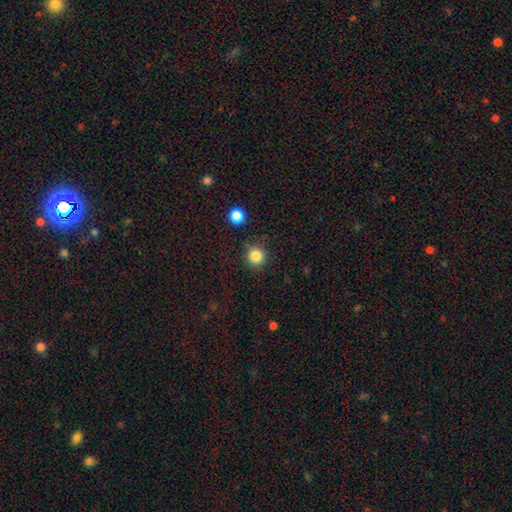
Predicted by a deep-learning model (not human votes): A smooth galaxy with no disk features (84%) that is round (92%). Merging: none (86%).